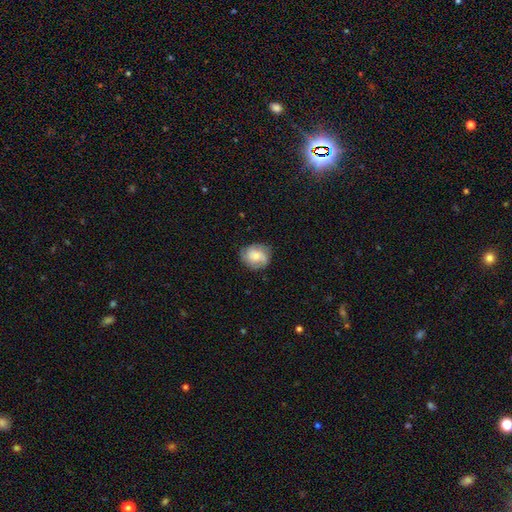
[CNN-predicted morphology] Smooth or featured? smooth (56%)
How rounded? round (72%)
Merging? none (74%)